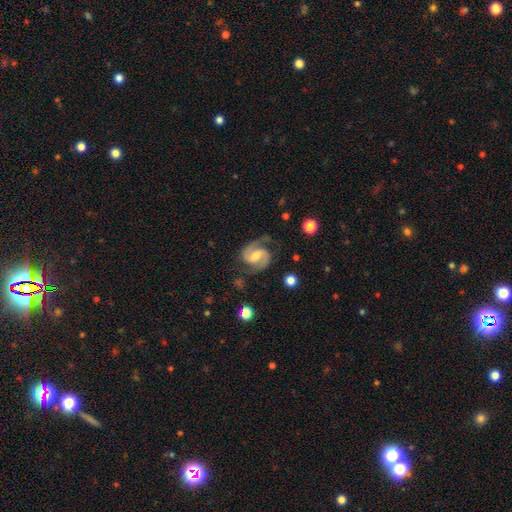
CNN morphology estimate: smooth_or_featured: featured or disk (p=0.89) [alt: smooth p=0.06]
disk_edge_on: no (p=0.98) [alt: yes p=0.02]
bar: weak (p=0.53) [alt: strong p=0.26]
has_spiral_arms: yes (p=0.98) [alt: no p=0.02]
spiral_winding: medium (p=0.59) [alt: tight p=0.23]
spiral_arm_count: 2 (p=0.92) [alt: 1 p=0.03]
bulge_size: moderate (p=0.52) [alt: small p=0.34]
merging: none (p=0.72) [alt: minor disturbance p=0.17]